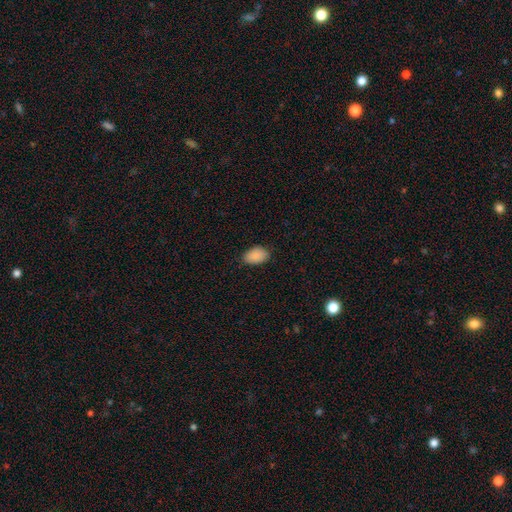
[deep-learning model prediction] smooth_or_featured: smooth (p=0.89) [alt: star or artifact p=0.07]
how_rounded: in between (p=0.92) [alt: round p=0.07]
merging: none (p=0.83) [alt: minor disturbance p=0.13]